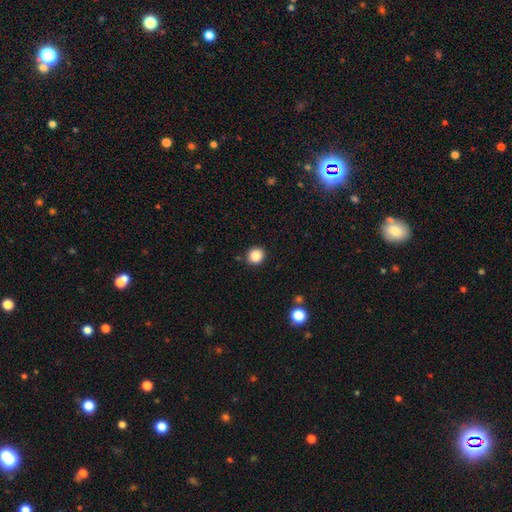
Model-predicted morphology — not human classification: A smooth galaxy with no disk features (87%) that is round (86%).

Vote fractions:
- Smooth or featured? smooth: 87% / star or artifact: 10% / featured or disk: 3%
- How rounded? round: 86% / in between: 13% / cigar-shaped: 1%
- Merging? none: 88% / minor disturbance: 8% / major disturbance: 2% / merger: 2%